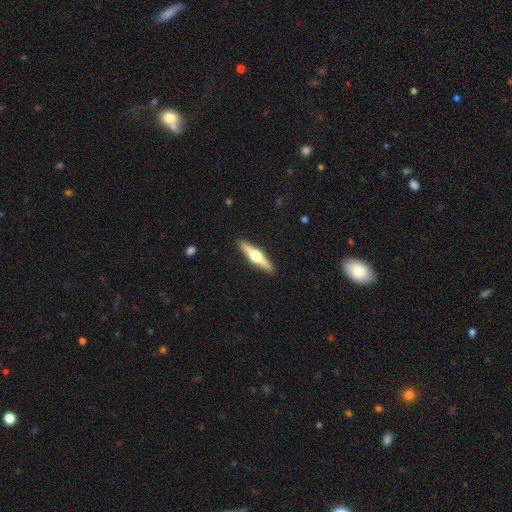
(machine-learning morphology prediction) Smooth or featured: featured or disk — 67% (smooth — 28%)
Edge-on disk: yes — 97% (no — 3%)
Edge-on bulge: rounded — 96% (boxy — 2%)
Merging: none — 91% (minor disturbance — 6%)